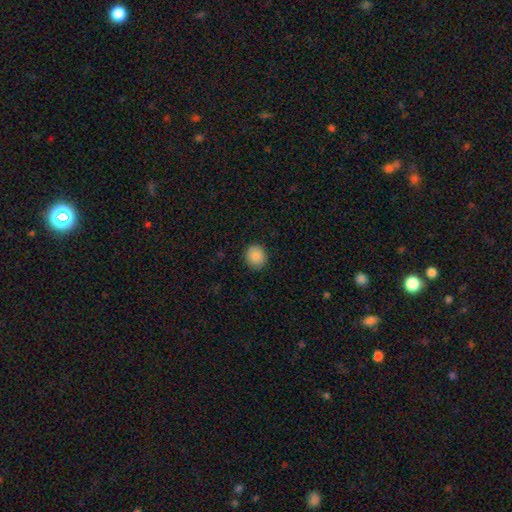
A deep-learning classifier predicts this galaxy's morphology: Smooth or featured? smooth (87%)
How rounded? round (85%)
Merging? none (90%)